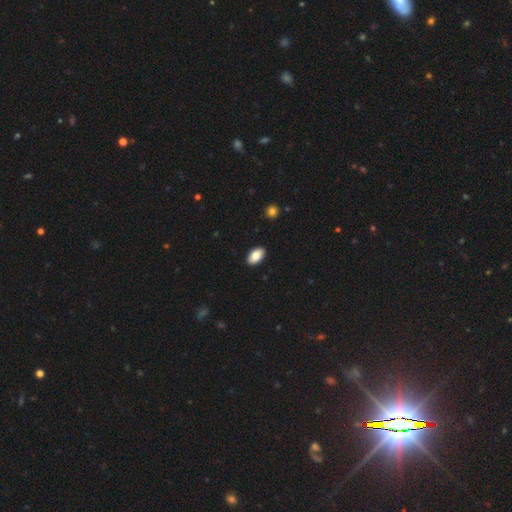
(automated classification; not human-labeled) smooth-or-featured: smooth: 86% | featured or disk: 7% | star or artifact: 7%
  how-rounded: in between: 94% | round: 5% | cigar-shaped: 2%
  merging: none: 90% | minor disturbance: 7% | major disturbance: 2% | merger: 1%